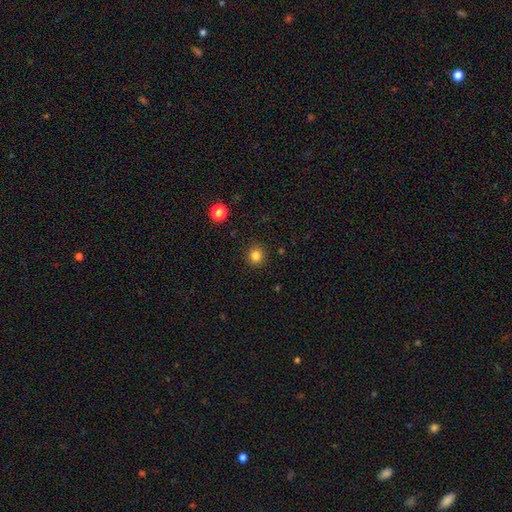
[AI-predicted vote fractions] smooth-or-featured: smooth: 82% | star or artifact: 13% | featured or disk: 5%
  how-rounded: round: 91% | in between: 8% | cigar-shaped: 1%
  merging: none: 91% | minor disturbance: 6% | major disturbance: 2% | merger: 1%